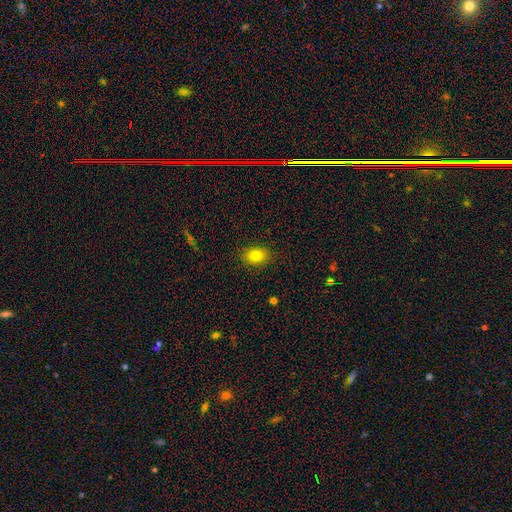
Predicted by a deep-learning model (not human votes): A smooth galaxy with no disk features (82%) that is in between round and cigar-shaped (72%). Merging: none (88%).